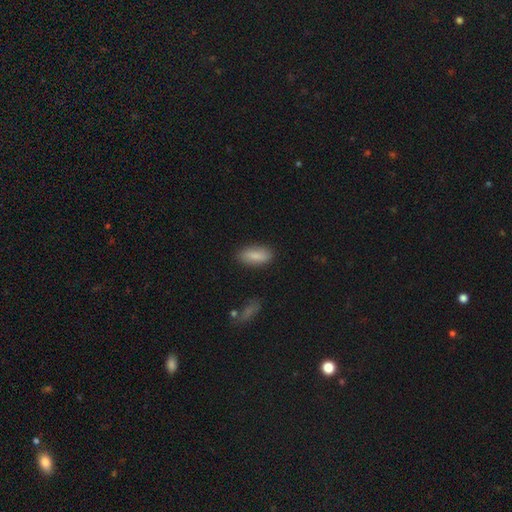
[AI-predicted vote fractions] Smooth or featured?
  - smooth: 83% *
  - featured or disk: 10%
  - star or artifact: 6%
How rounded?
  - in between: 86% *
  - cigar-shaped: 12%
  - round: 3%
Merging?
  - none: 85% *
  - minor disturbance: 11%
  - major disturbance: 3%
  - merger: 2%